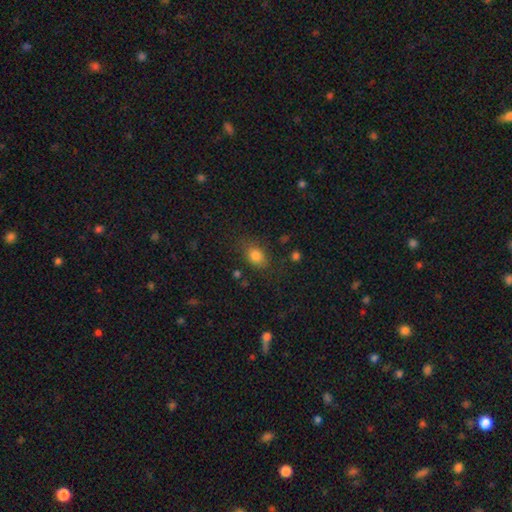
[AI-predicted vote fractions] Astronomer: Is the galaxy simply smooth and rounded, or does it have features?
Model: smooth — 82%.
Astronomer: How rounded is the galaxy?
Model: in between — 73%.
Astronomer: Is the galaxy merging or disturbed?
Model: none — 76%.